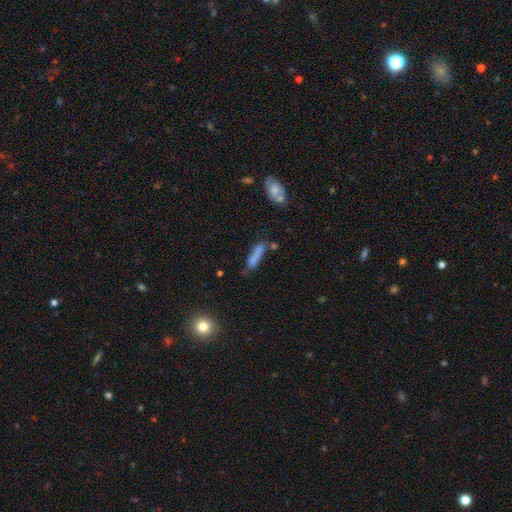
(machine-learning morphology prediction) Smooth or featured? smooth (73%)
How rounded? cigar-shaped (78%)
Merging? none (52%)